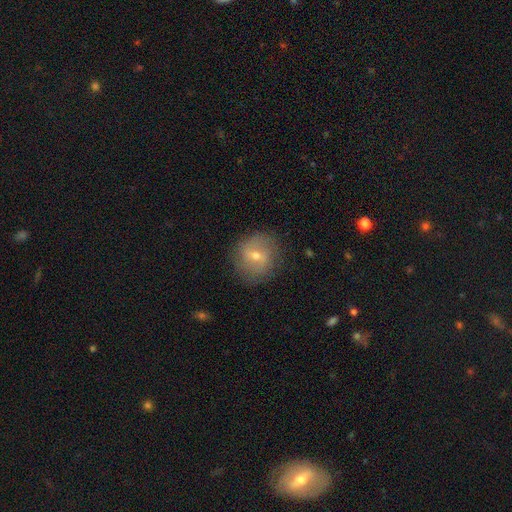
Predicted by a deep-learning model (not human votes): A featured or disk galaxy (51%). Merging: none (81%).